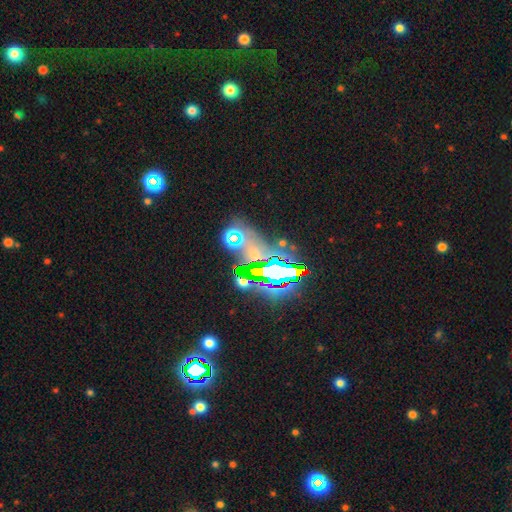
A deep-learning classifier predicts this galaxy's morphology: This is likely a star or artifact rather than a galaxy (68%).